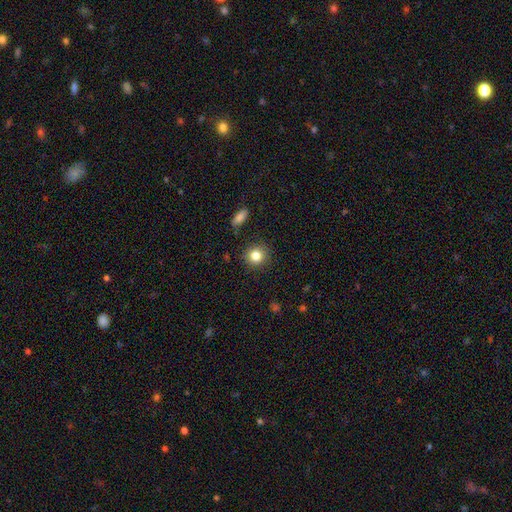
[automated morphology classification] smooth_or_featured: smooth (p=0.83) [alt: star or artifact p=0.11]
how_rounded: round (p=0.88) [alt: in between p=0.11]
merging: none (p=0.88) [alt: minor disturbance p=0.08]